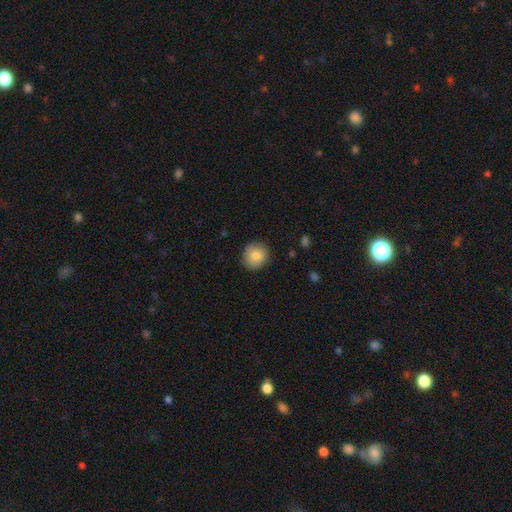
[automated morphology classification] A smooth galaxy with no disk features (84%) that is round (89%).

Vote fractions:
- Smooth or featured? smooth: 84% / star or artifact: 8% / featured or disk: 8%
- How rounded? round: 89% / in between: 10% / cigar-shaped: 1%
- Merging? none: 87% / minor disturbance: 10% / major disturbance: 2% / merger: 1%